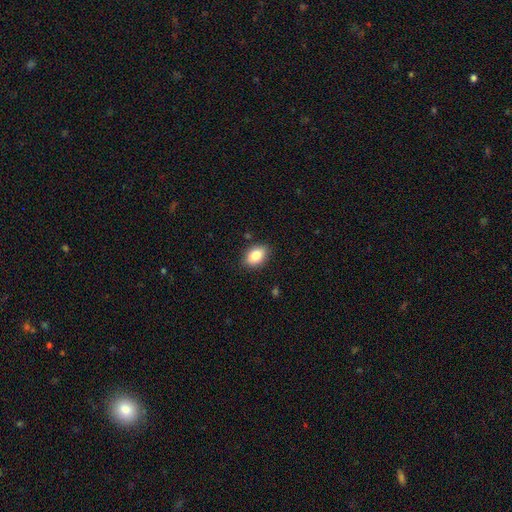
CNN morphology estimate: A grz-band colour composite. It shows a smooth galaxy with no disk features (85%) that is in between round and cigar-shaped (86%). Merging: none (85%).